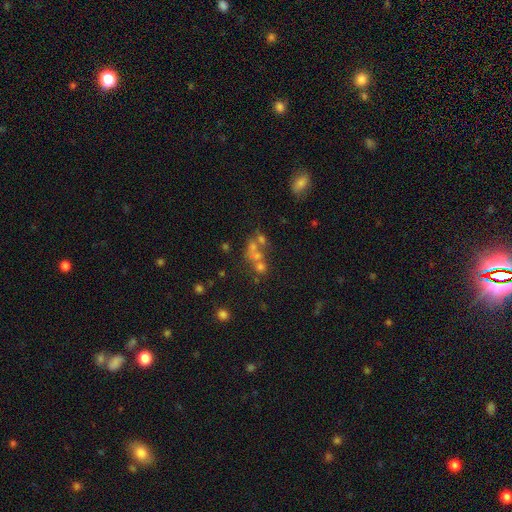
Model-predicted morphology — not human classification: Smooth or featured?
  - smooth: 44% *
  - featured or disk: 29%
  - star or artifact: 26%
Merging?
  - merger: 48% *
  - none: 34%
  - major disturbance: 9%
  - minor disturbance: 9%